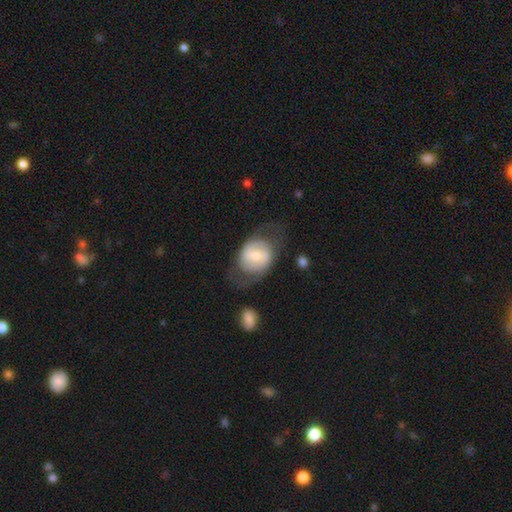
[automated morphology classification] smooth_or_featured: featured or disk (p=0.51) [alt: smooth p=0.43]
disk_edge_on: no (p=0.95) [alt: yes p=0.05]
merging: none (p=0.57) [alt: minor disturbance p=0.20]